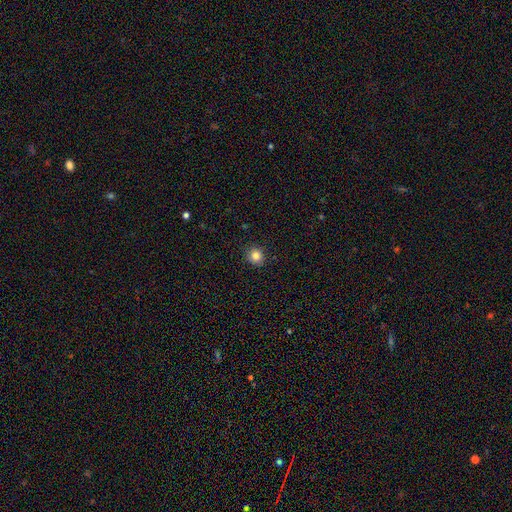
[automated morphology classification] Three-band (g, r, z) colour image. It shows a smooth galaxy with no disk features (83%) that is round (87%). Merging: none (91%).